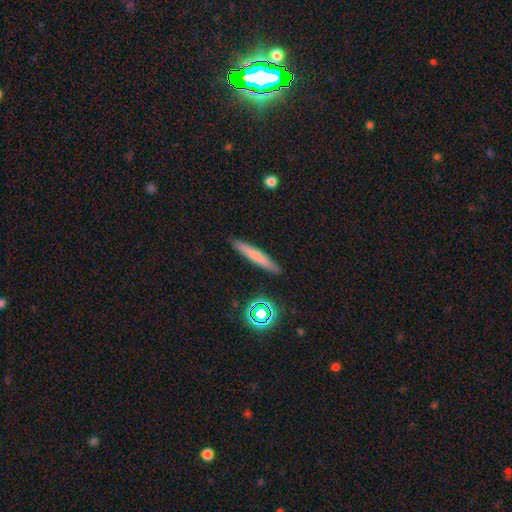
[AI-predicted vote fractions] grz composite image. It shows a smooth galaxy with no disk features (65%) that is cigar-shaped (94%). Merging: none (90%).